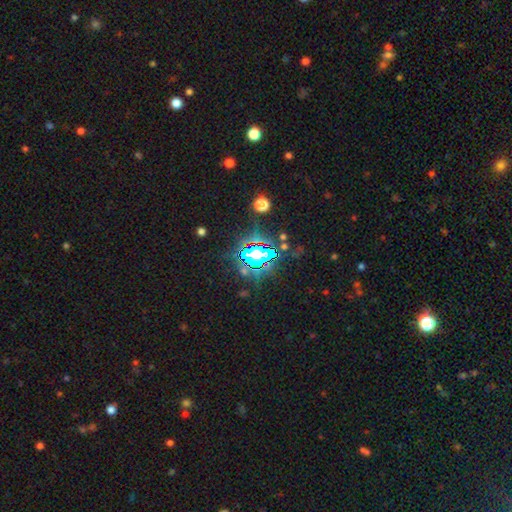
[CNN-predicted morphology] The model was most divided on "smooth or featured": star or artifact: 67%, smooth: 21%, featured or disk: 12%.